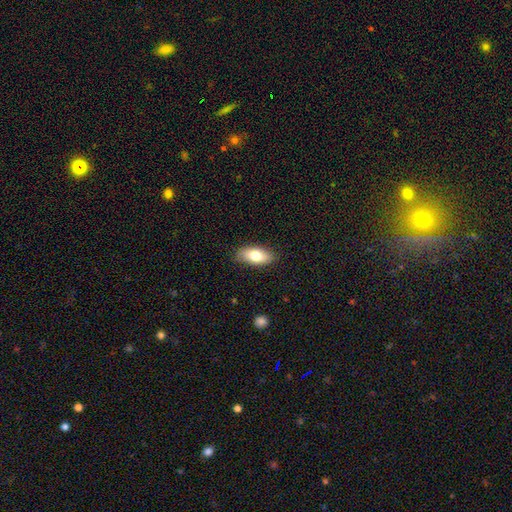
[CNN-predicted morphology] Smooth or featured?
  - smooth: 75% *
  - featured or disk: 18%
  - star or artifact: 7%
How rounded?
  - in between: 88% *
  - cigar-shaped: 8%
  - round: 4%
Merging?
  - none: 85% *
  - minor disturbance: 12%
  - major disturbance: 2%
  - merger: 1%